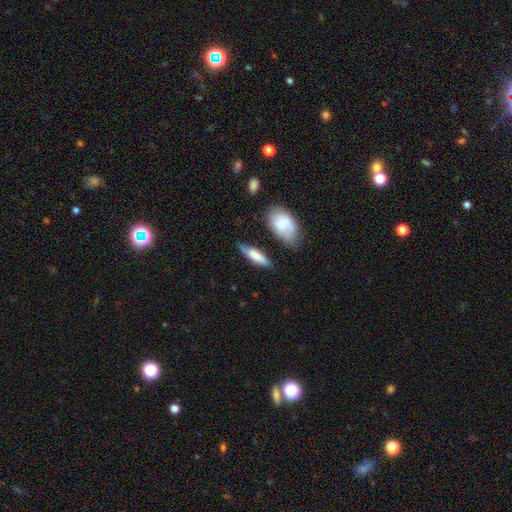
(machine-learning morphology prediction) Overall: smooth (69%). How rounded: cigar-shaped (50%; in between 47%). Merging: none (62%; minor disturbance 25%).